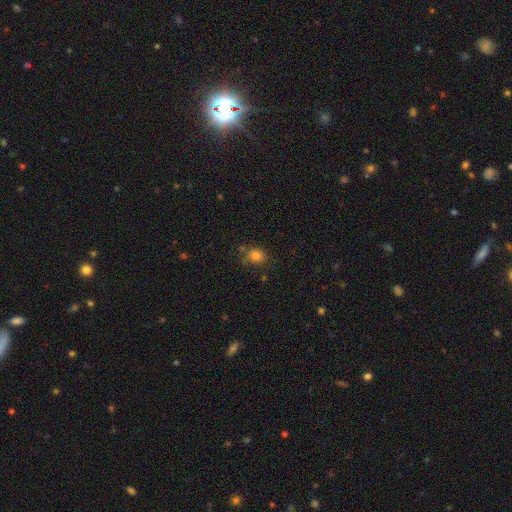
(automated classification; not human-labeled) A smooth galaxy with no disk features (81%) that is round (54%). Merging: none (71%).